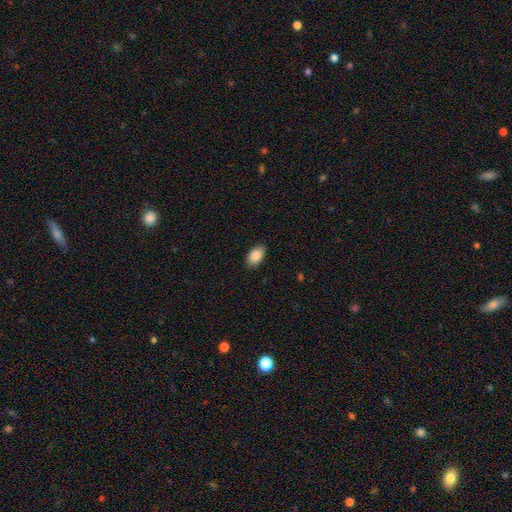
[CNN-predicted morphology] Smooth or featured? smooth (89%)
How rounded? in between (92%)
Merging? none (85%)